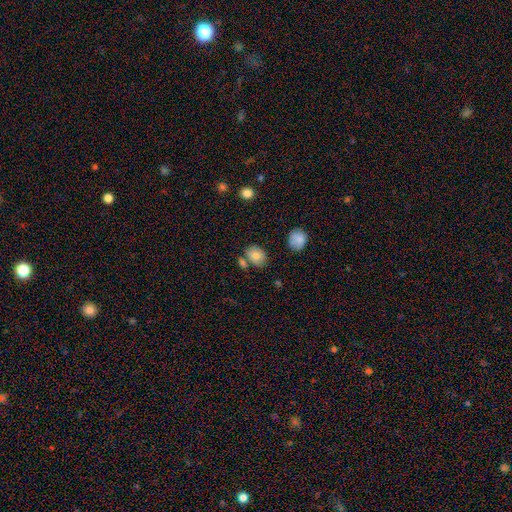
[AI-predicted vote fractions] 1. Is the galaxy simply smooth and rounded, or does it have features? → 78% smooth, 13% featured or disk, 9% star or artifact.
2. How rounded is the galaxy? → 57% in between, 42% round, 1% cigar-shaped.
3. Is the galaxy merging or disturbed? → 67% none, 17% merger, 13% minor disturbance, 3% major disturbance.